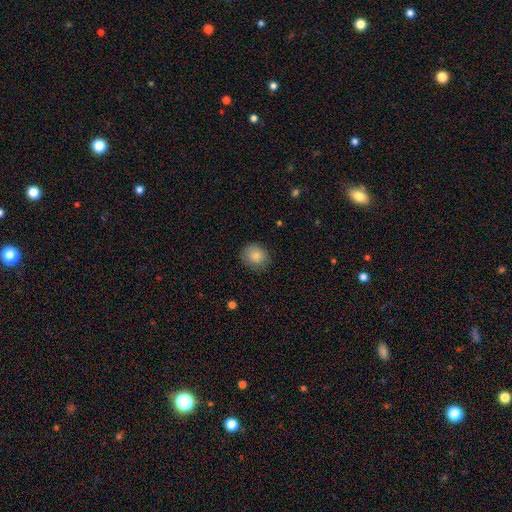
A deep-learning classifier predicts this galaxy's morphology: This is clearly a smooth galaxy (86%). How rounded: likely round (74%). Merging: clearly none (82%).